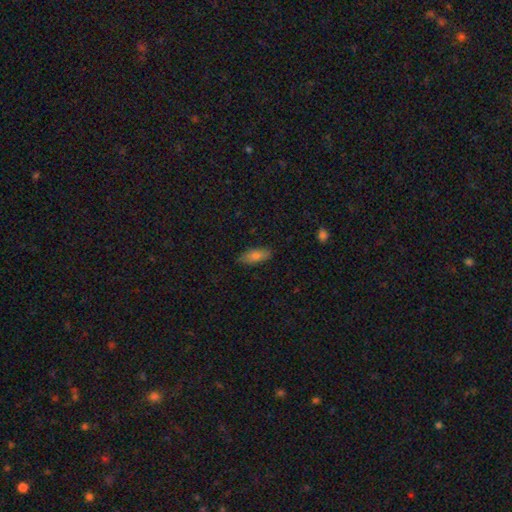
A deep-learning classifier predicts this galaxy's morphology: This appears to be a smooth galaxy with no disk features (77%) that is in between round and cigar-shaped (71%). Merging: none (85%).